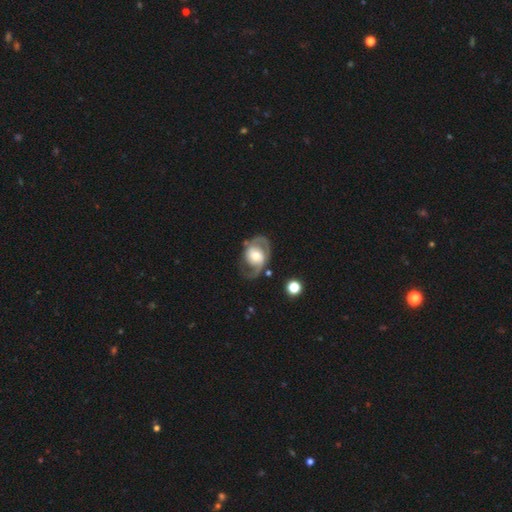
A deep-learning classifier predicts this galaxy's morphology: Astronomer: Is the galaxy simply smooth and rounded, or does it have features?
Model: featured or disk — 78%.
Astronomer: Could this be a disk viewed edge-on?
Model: no — 96%.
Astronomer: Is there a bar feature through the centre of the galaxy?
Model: no — 55% (runner-up: weak, 32%).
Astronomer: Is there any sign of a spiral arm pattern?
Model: yes — 86%.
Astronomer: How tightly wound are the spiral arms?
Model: medium — 49% (runner-up: tight, 27%).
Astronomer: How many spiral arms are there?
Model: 2 — 82%.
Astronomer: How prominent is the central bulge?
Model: moderate — 59%.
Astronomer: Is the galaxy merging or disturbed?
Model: none — 65%.